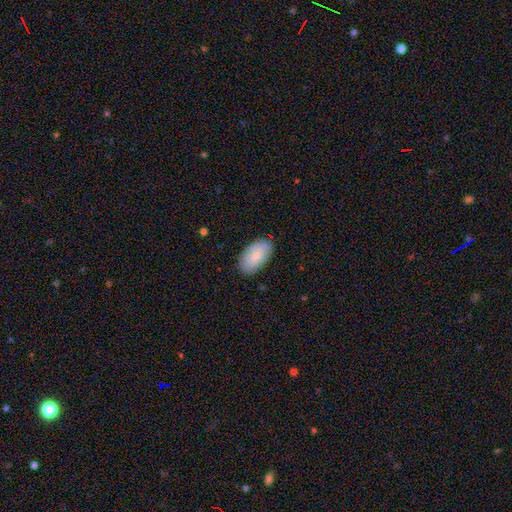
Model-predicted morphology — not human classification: Q: Smooth or featured?
A: smooth (79%); runner-up: featured or disk (15%)
Q: How rounded?
A: in between (95%); runner-up: round (3%)
Q: Merging?
A: none (83%); runner-up: minor disturbance (13%)